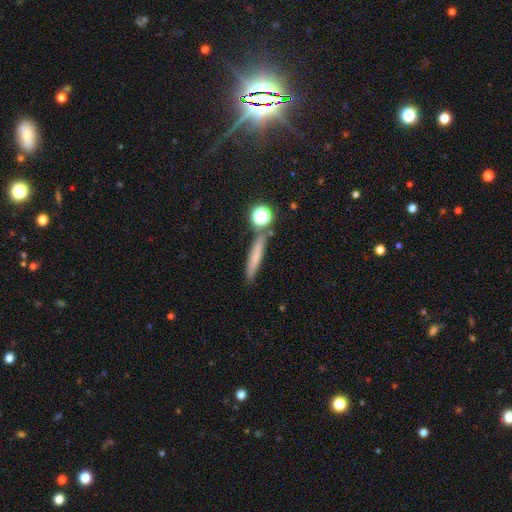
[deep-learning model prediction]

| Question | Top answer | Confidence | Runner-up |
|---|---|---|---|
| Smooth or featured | smooth | 65% | featured or disk (22%) |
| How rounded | cigar-shaped | 84% | in between (8%) |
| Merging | none | 78% | minor disturbance (11%) |